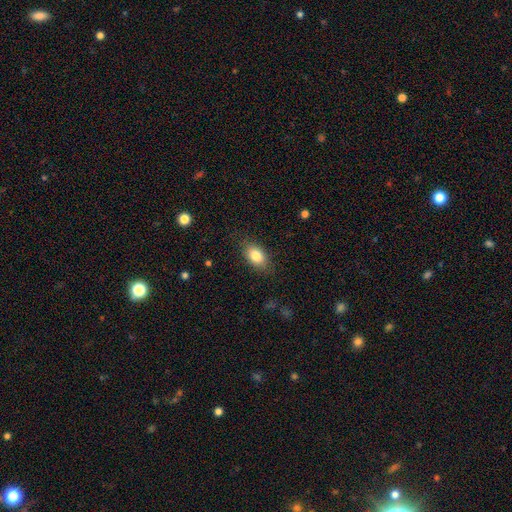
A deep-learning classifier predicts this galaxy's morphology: A smooth galaxy with no disk features (83%) that is in between round and cigar-shaped (87%). Merging: none (82%).